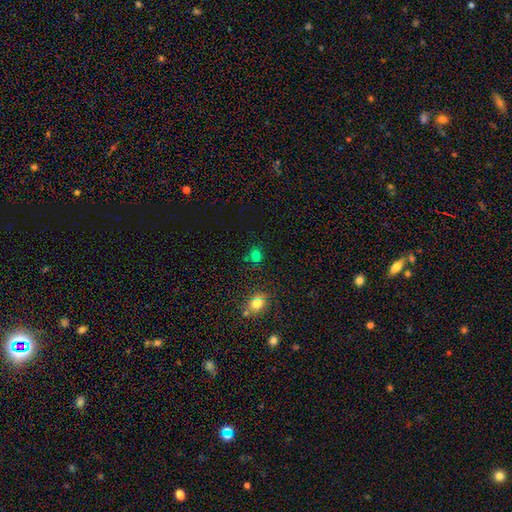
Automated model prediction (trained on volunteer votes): smooth 74%, star or artifact 21%, featured or disk 5%. Down the decision tree: how rounded — round (67%); merging — none (75%).